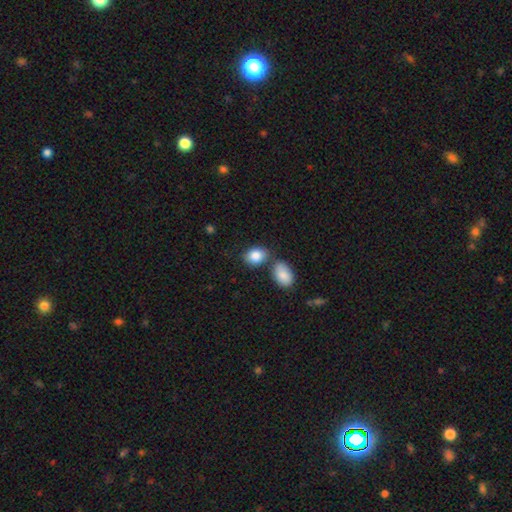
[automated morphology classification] Smooth or featured: smooth — 86% (star or artifact — 7%)
How rounded: in between — 75% (round — 24%)
Merging: none — 57% (merger — 25%)